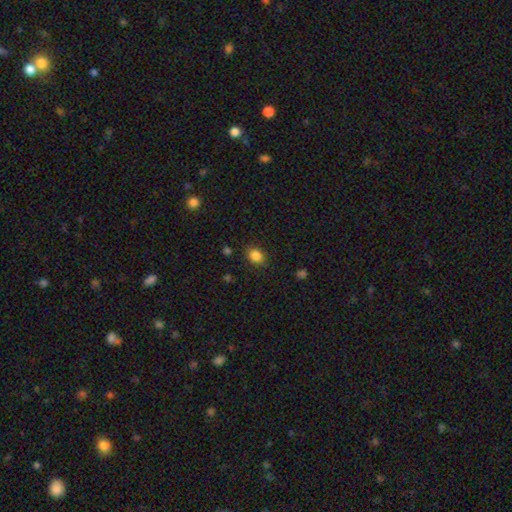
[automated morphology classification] This appears to be a smooth galaxy with no disk features (85%) that is in between round and cigar-shaped (56%). Merging: none (84%).